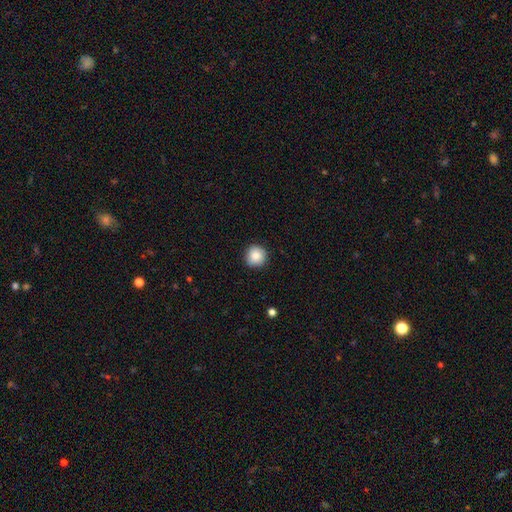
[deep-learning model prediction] The model was most divided on "smooth or featured": smooth: 86%, star or artifact: 9%, featured or disk: 6%. More confident: how rounded — round (95%); merging — none (90%).